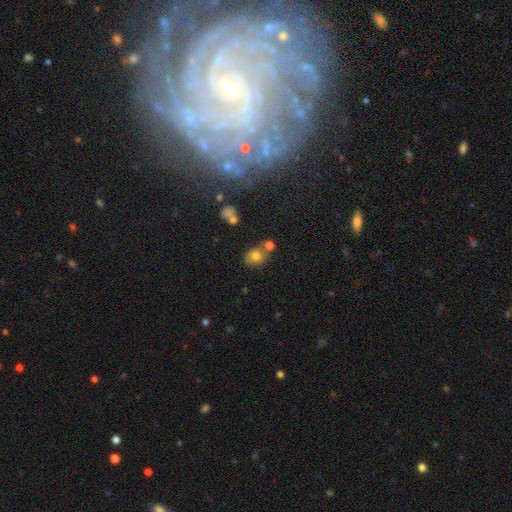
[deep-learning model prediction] Smooth or featured? Predicted: smooth (p=0.75). How rounded? Predicted: round (p=0.58). Merging? Predicted: none (p=0.61).